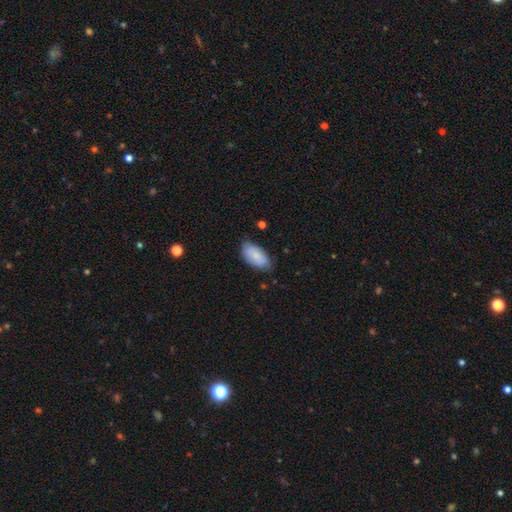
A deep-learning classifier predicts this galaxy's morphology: A smooth galaxy with no disk features (80%) that is in between round and cigar-shaped (94%).

Vote fractions:
- Smooth or featured? smooth: 80% / featured or disk: 13% / star or artifact: 6%
- How rounded? in between: 94% / cigar-shaped: 3% / round: 3%
- Merging? none: 75% / minor disturbance: 20% / major disturbance: 3% / merger: 1%